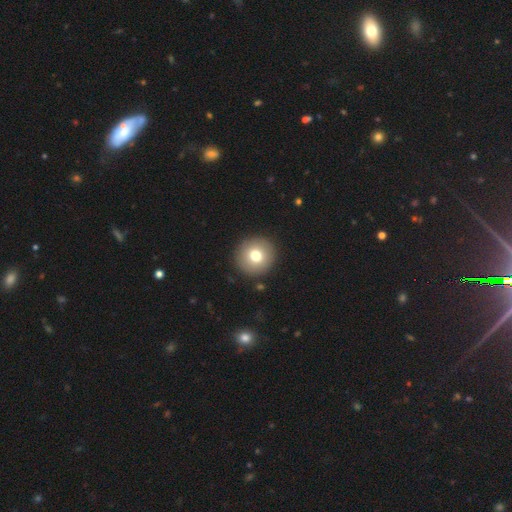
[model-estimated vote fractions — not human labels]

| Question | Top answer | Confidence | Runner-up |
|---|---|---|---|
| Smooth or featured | smooth | 75% | featured or disk (15%) |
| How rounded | round | 95% | in between (4%) |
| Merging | none | 92% | minor disturbance (5%) |